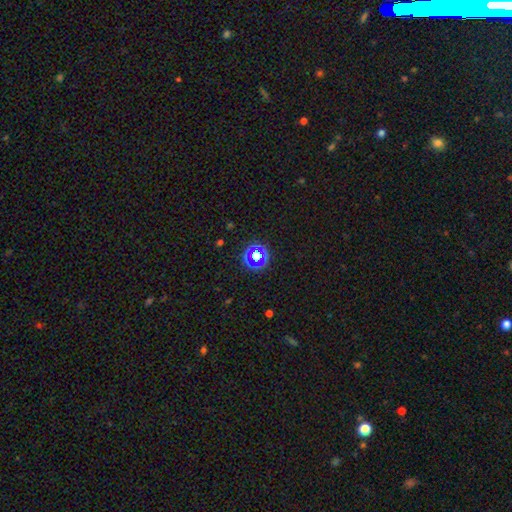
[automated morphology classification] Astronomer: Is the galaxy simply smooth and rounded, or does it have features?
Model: star or artifact — 56% (runner-up: smooth, 32%).